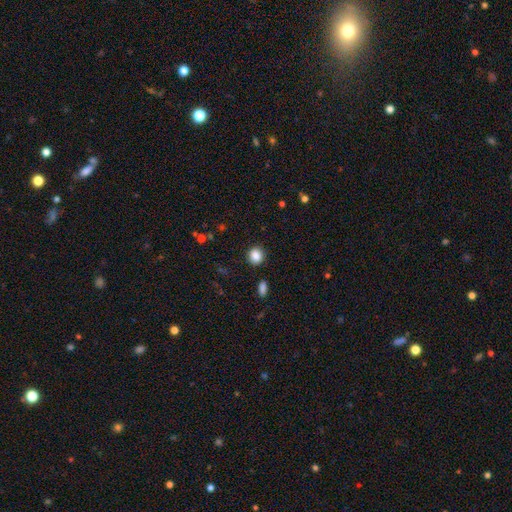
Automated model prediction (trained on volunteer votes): A smooth galaxy with no disk features (87%) that is round (78%). Merging: none (89%).